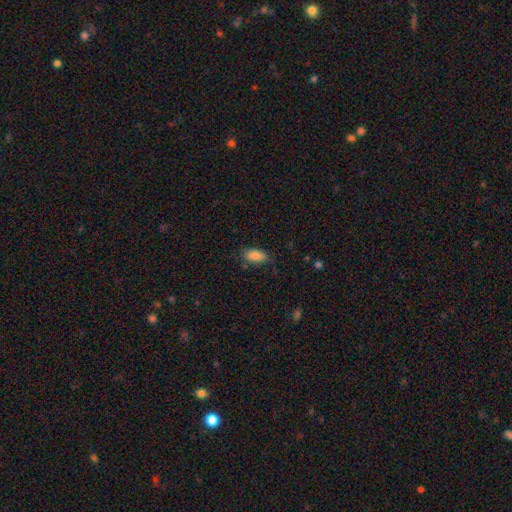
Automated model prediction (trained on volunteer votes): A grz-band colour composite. It shows a smooth galaxy with no disk features (83%) that is in between round and cigar-shaped (91%). Merging: none (74%).